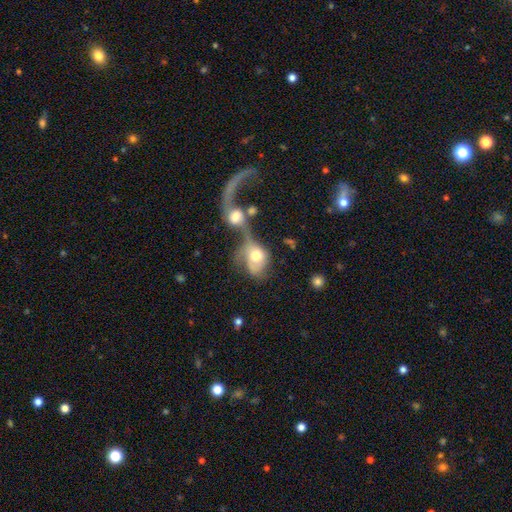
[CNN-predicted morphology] Smooth or featured? smooth (50%)
Merging? merger (68%)